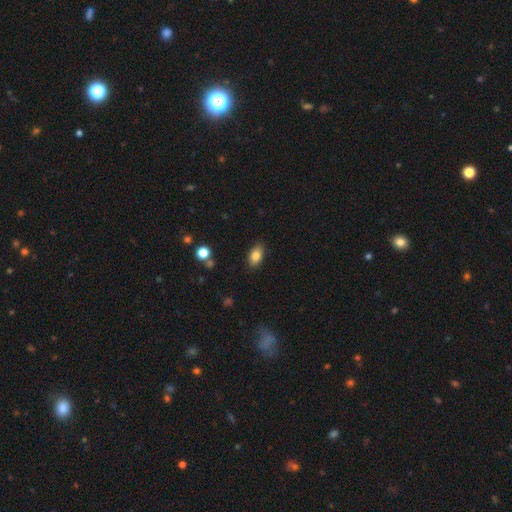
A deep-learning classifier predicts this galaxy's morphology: type=smooth (83%); roundness=in between (88%); merging=none (85%).